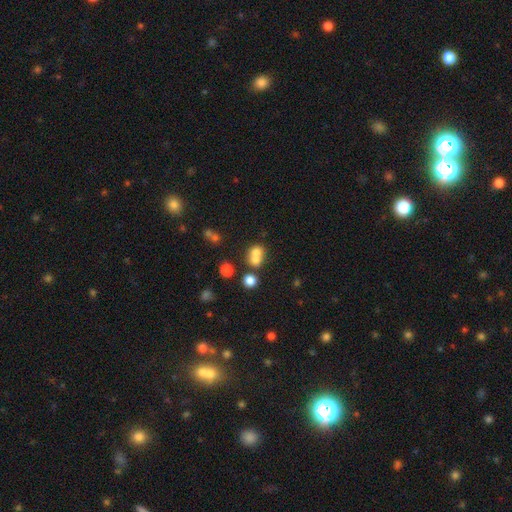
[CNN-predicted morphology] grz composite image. It shows a smooth galaxy with no disk features (69%) that is round (71%). Merging: merger (59%).